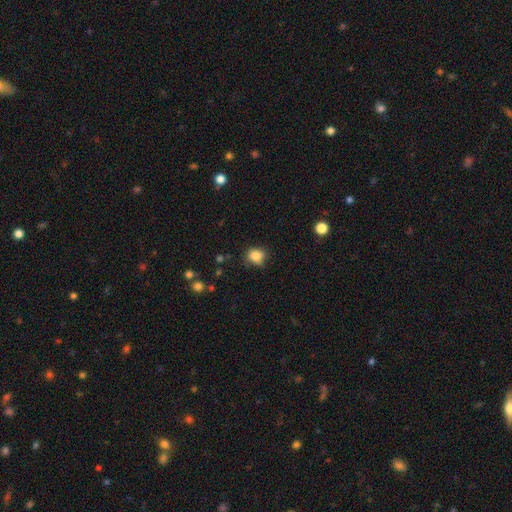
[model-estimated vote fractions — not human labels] smooth_or_featured: smooth (p=0.83) [alt: star or artifact p=0.11]
how_rounded: round (p=0.64) [alt: in between p=0.35]
merging: none (p=0.68) [alt: minor disturbance p=0.25]